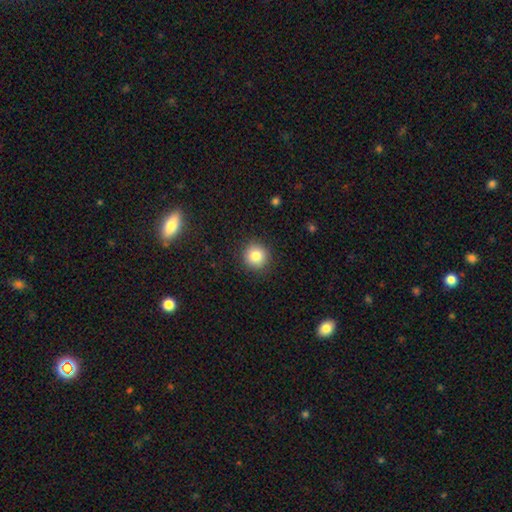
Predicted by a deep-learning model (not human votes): A smooth galaxy with no disk features (83%) that is round (92%). Merging: none (90%).